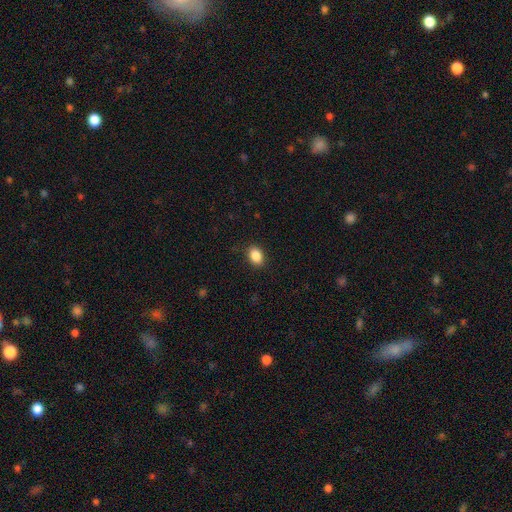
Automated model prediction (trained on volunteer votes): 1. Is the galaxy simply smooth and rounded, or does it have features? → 88% smooth, 9% star or artifact, 4% featured or disk.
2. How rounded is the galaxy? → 75% in between, 24% round, 1% cigar-shaped.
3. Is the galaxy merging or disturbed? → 88% none, 8% minor disturbance, 2% major disturbance, 1% merger.